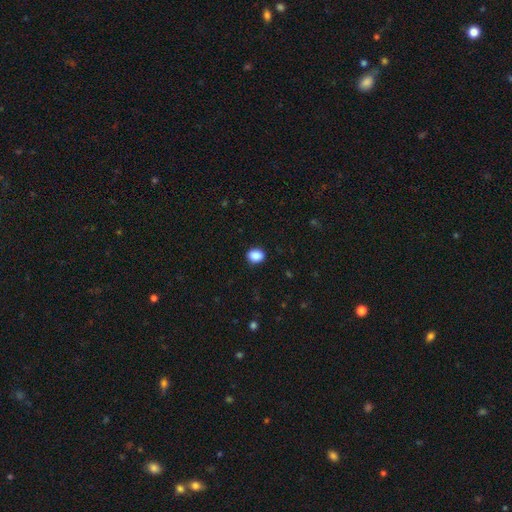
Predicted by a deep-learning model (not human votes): Smooth or featured: smooth — 89% (star or artifact — 8%)
How rounded: round — 52% (in between — 47%)
Merging: none — 89% (minor disturbance — 8%)